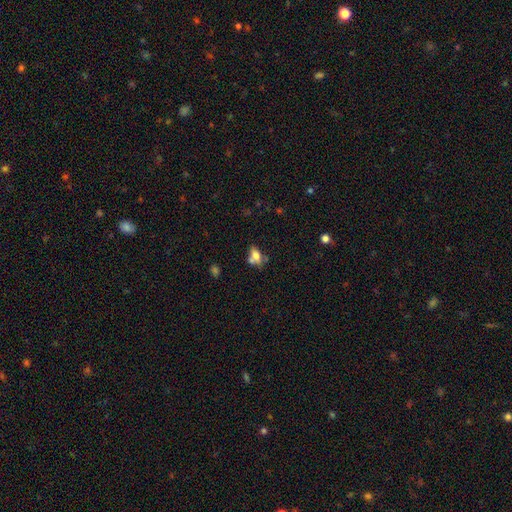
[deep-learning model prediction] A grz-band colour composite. It shows a smooth galaxy with no disk features (62%) that is in between round and cigar-shaped (77%). Merging: none (43%).